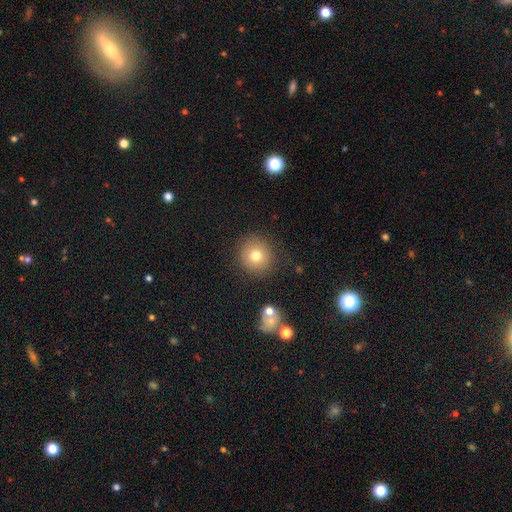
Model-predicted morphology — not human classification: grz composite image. It shows a smooth galaxy with no disk features (75%) that is round (92%). Merging: none (86%).